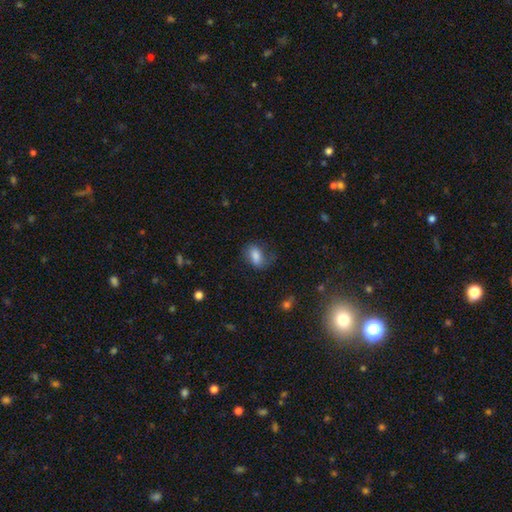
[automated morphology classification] Smooth or featured? Predicted: smooth (p=0.76). How rounded? Predicted: in between (p=0.86). Merging? Predicted: none (p=0.55).